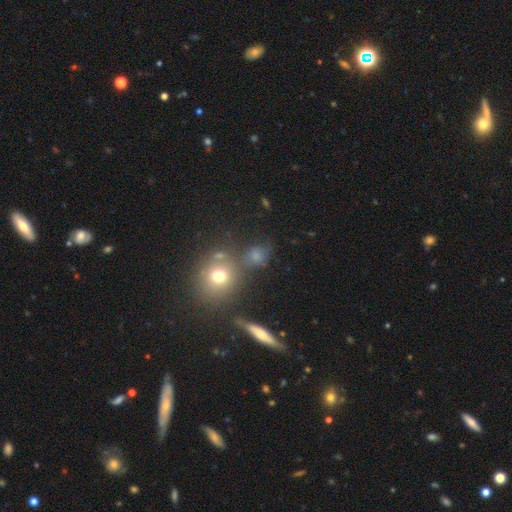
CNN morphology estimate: A smooth galaxy with no disk features (63%) that is round (64%).

Vote fractions:
- Smooth or featured? smooth: 63% / star or artifact: 23% / featured or disk: 15%
- How rounded? round: 64% / in between: 32% / cigar-shaped: 4%
- Merging? none: 58% / merger: 18% / minor disturbance: 16% / major disturbance: 9%